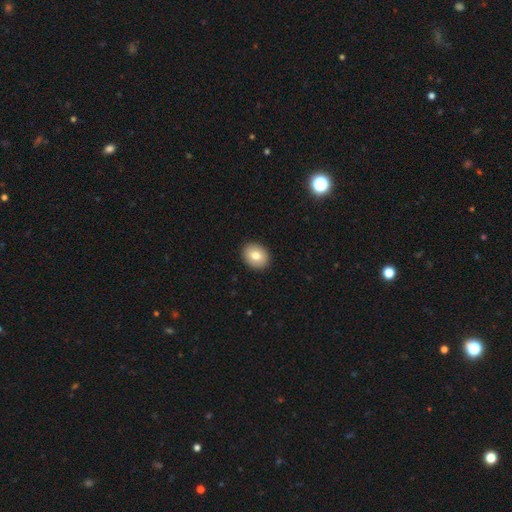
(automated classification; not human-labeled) Smooth or featured: smooth — 79% (featured or disk — 13%)
How rounded: round — 52% (in between — 47%)
Merging: none — 91% (minor disturbance — 6%)